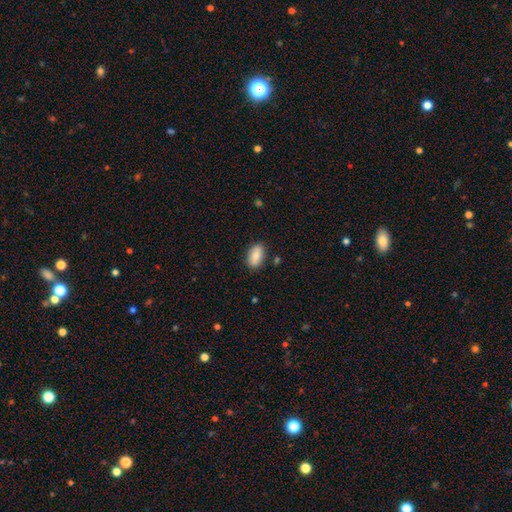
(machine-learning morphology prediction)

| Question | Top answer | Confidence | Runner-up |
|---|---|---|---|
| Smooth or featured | smooth | 84% | featured or disk (9%) |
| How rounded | in between | 92% | round (4%) |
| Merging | none | 85% | minor disturbance (11%) |